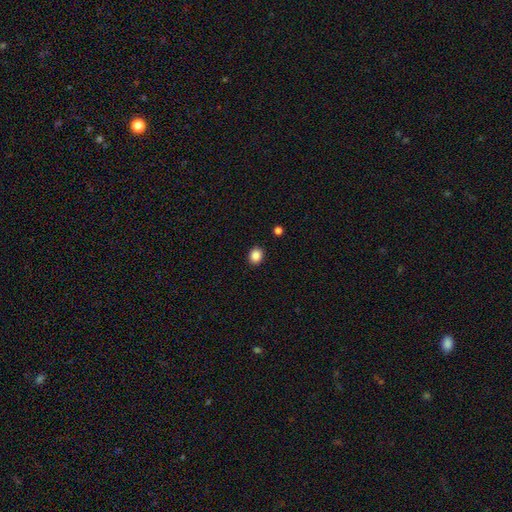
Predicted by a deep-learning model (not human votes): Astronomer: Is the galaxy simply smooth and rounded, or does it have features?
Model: smooth — 87%.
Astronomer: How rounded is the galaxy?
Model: round — 60% (runner-up: in between, 39%).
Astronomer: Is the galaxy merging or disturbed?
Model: none — 91%.